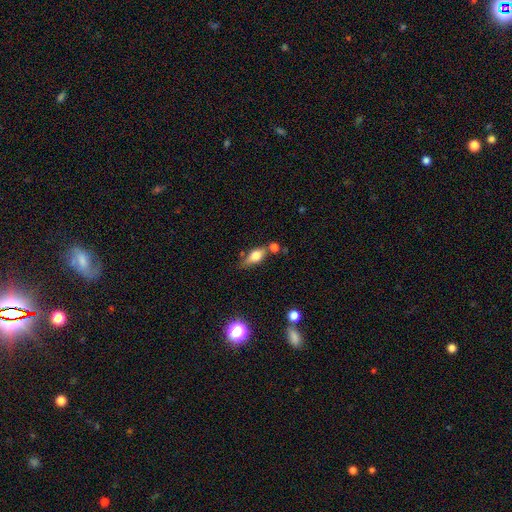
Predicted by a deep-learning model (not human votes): This is likely a smooth galaxy (61%). How rounded: likely in between (73%). Merging: possibly none (57%).